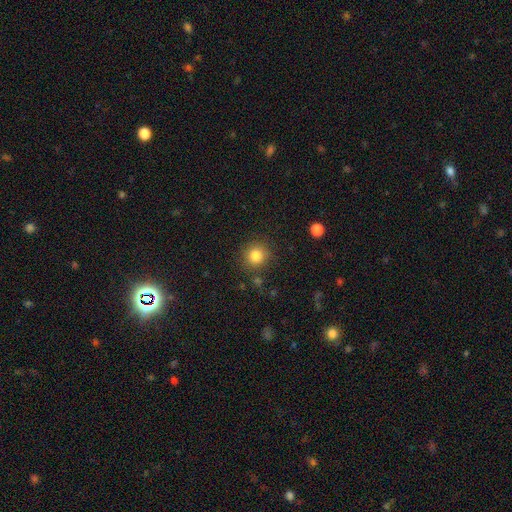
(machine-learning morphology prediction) smooth_or_featured: smooth (p=0.83) [alt: star or artifact p=0.11]
how_rounded: round (p=0.91) [alt: in between p=0.08]
merging: none (p=0.86) [alt: minor disturbance p=0.08]